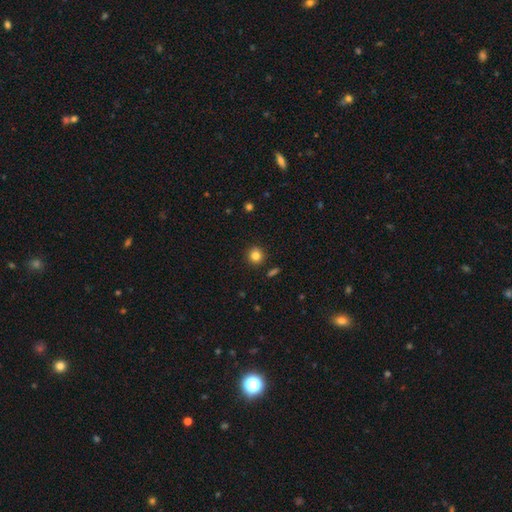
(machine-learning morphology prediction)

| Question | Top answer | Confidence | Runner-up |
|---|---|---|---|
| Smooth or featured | smooth | 82% | star or artifact (12%) |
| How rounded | round | 92% | in between (7%) |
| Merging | none | 90% | minor disturbance (6%) |